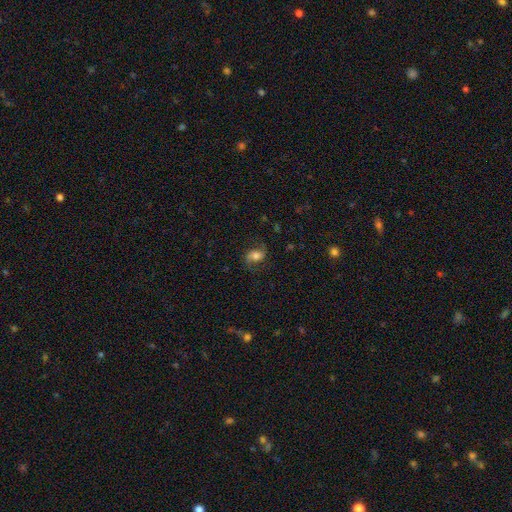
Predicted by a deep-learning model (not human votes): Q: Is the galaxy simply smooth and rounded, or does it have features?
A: featured or disk — 46%.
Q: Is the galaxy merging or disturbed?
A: none — 73%.